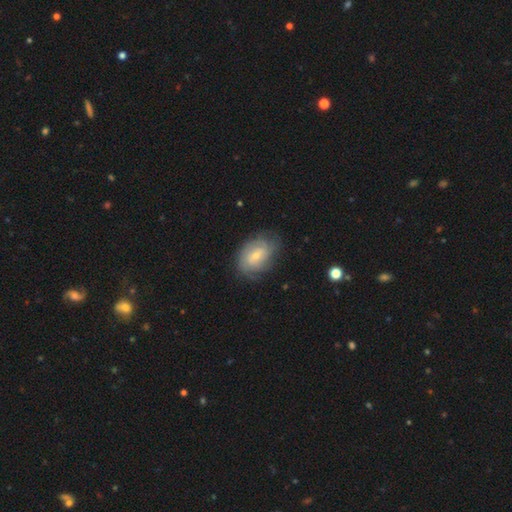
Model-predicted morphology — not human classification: smooth-or-featured: featured or disk: 54% | smooth: 38% | star or artifact: 8%
  disk-edge-on: no: 95% | yes: 5%
    bar: no: 50% | weak: 41% | strong: 9%
    has-spiral-arms: yes: 73% | no: 27%
    bulge-size: small: 61% | moderate: 35% | large: 2% | none: 2% | dominant: 1%
  merging: none: 70% | minor disturbance: 21% | major disturbance: 8% | merger: 1%